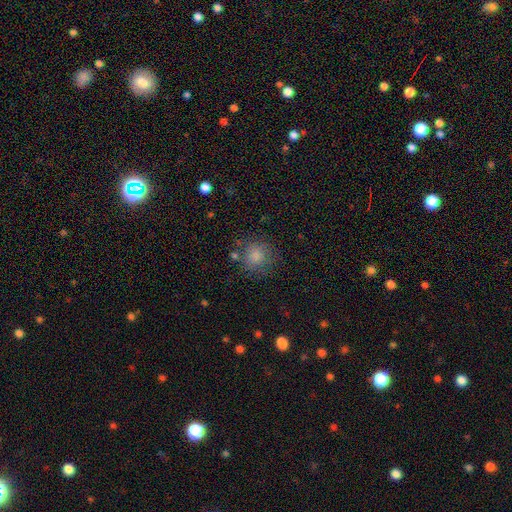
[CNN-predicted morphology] type=smooth (82%); roundness=round (89%); merging=none (74%).